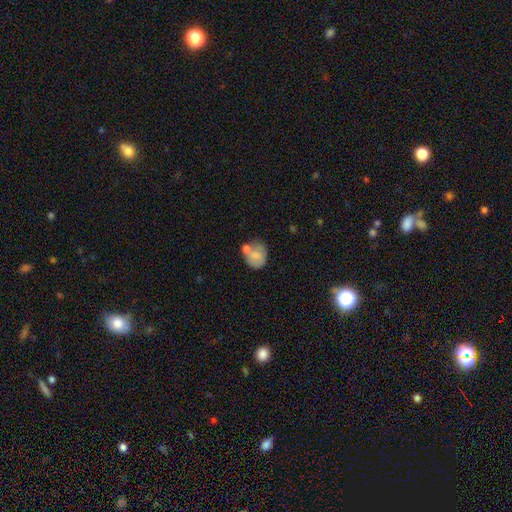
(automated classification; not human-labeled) Smooth or featured: smooth — 74% (featured or disk — 18%)
How rounded: round — 62% (in between — 37%)
Merging: none — 46% (merger — 25%)